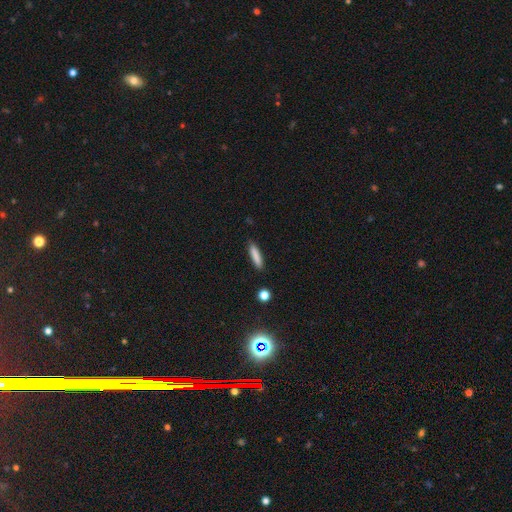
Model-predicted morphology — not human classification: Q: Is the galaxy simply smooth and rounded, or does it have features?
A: smooth — 84%.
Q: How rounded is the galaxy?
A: cigar-shaped — 84%.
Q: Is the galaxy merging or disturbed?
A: none — 88%.